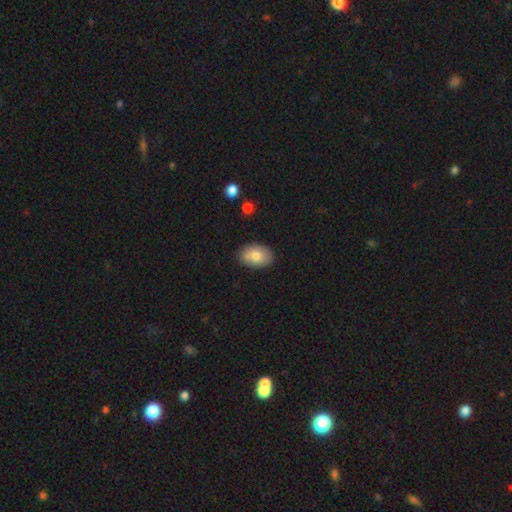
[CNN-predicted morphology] type=smooth (76%); roundness=in between (87%); merging=none (80%).